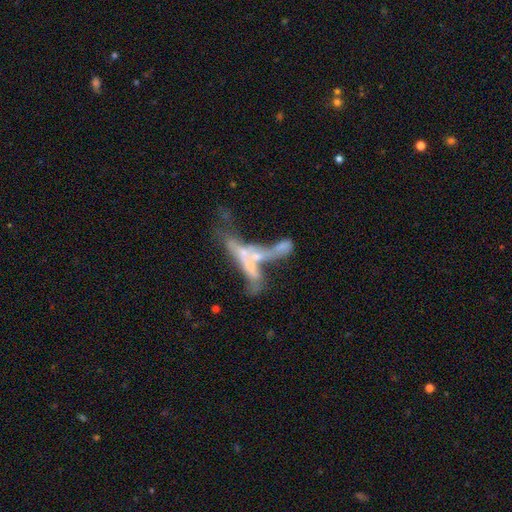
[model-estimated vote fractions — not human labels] smooth-or-featured: featured or disk: 55% | smooth: 33% | star or artifact: 12%
  disk-edge-on: no: 68% | yes: 32%
  merging: merger: 63% | major disturbance: 16% | none: 13% | minor disturbance: 8%